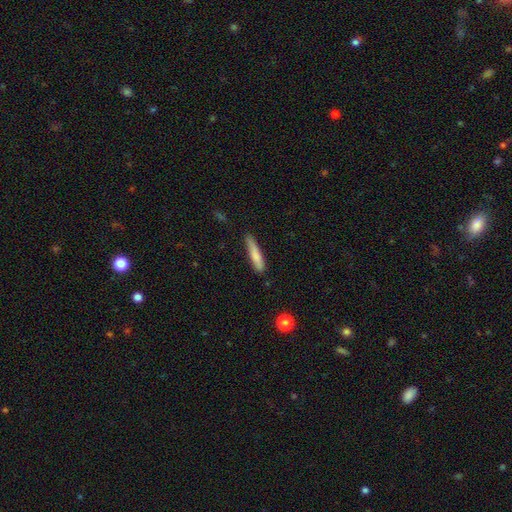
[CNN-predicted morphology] smooth-or-featured: smooth: 77% | featured or disk: 16% | star or artifact: 6%
  how-rounded: cigar-shaped: 87% | in between: 12% | round: 1%
  merging: none: 69% | minor disturbance: 24% | major disturbance: 4% | merger: 2%